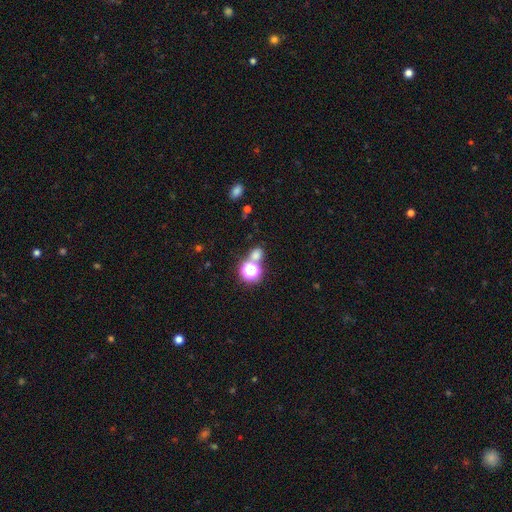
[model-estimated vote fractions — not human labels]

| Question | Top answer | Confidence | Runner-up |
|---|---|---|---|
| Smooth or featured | smooth | 62% | star or artifact (32%) |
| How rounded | round | 73% | in between (25%) |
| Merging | none | 62% | merger (25%) |